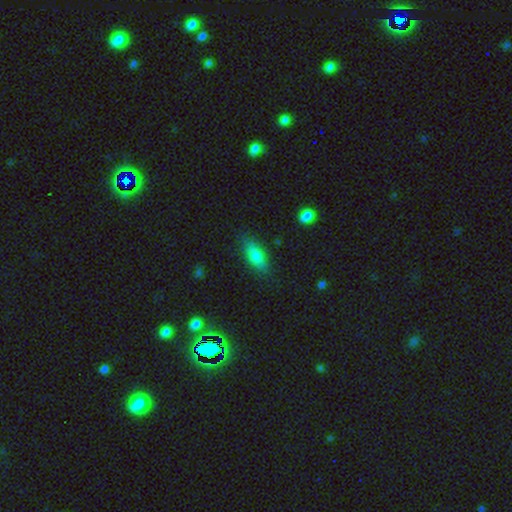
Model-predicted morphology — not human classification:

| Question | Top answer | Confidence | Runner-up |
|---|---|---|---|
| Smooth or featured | smooth | 78% | featured or disk (13%) |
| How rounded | in between | 74% | cigar-shaped (22%) |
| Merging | none | 81% | minor disturbance (14%) |